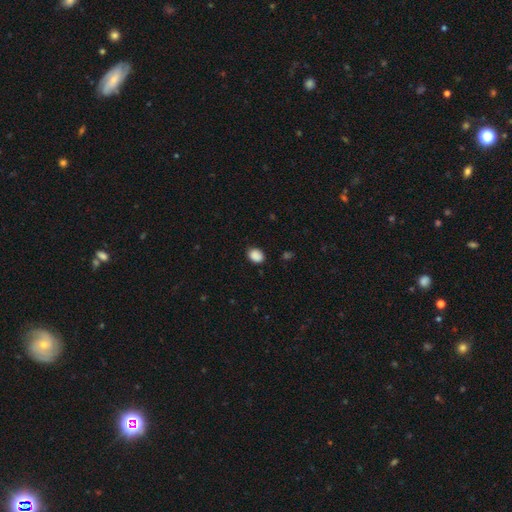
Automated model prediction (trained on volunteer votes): smooth_or_featured: smooth (p=0.88) [alt: star or artifact p=0.09]
how_rounded: in between (p=0.63) [alt: round p=0.36]
merging: none (p=0.83) [alt: minor disturbance p=0.13]